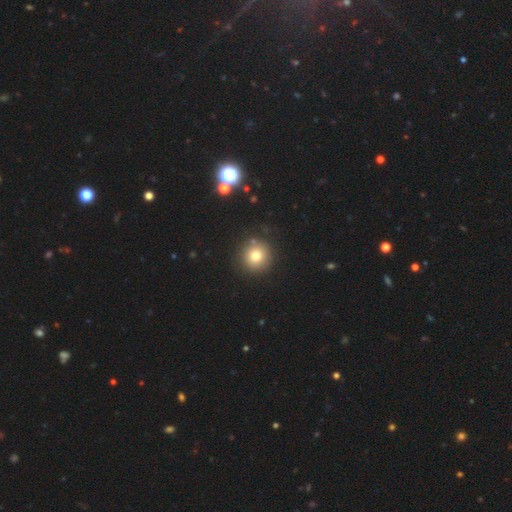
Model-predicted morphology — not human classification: A smooth galaxy with no disk features (77%) that is round (94%). Merging: none (88%).